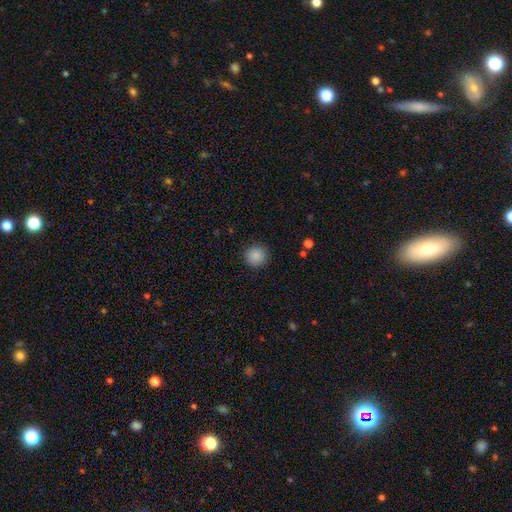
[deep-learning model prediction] Smooth or featured: smooth — 87% (star or artifact — 9%)
How rounded: round — 94% (in between — 6%)
Merging: none — 91% (minor disturbance — 6%)